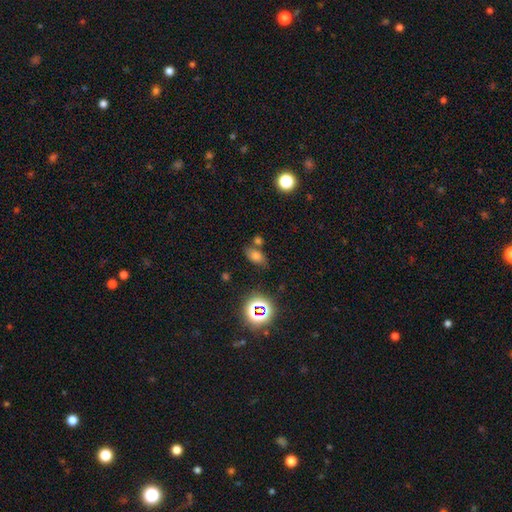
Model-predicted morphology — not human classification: This is likely a smooth galaxy (66%). How rounded: clearly in between (84%). Merging: likely none (63%).